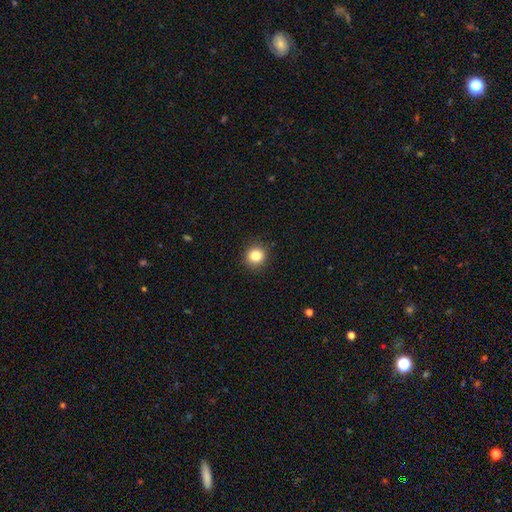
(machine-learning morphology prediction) type=smooth (84%); roundness=round (91%); merging=none (92%).